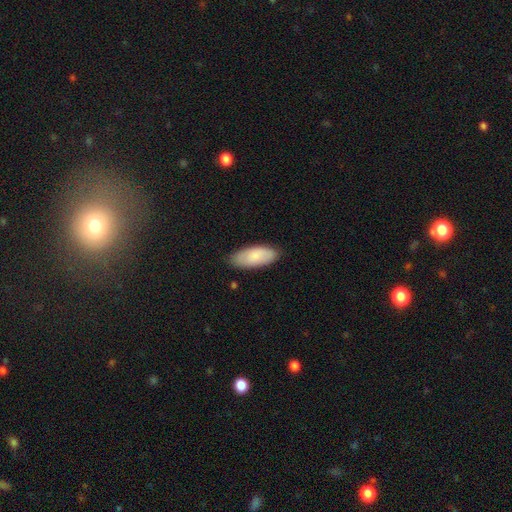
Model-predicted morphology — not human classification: smooth_or_featured: smooth (p=0.82) [alt: featured or disk p=0.13]
how_rounded: in between (p=0.84) [alt: cigar-shaped p=0.14]
merging: none (p=0.81) [alt: minor disturbance p=0.15]